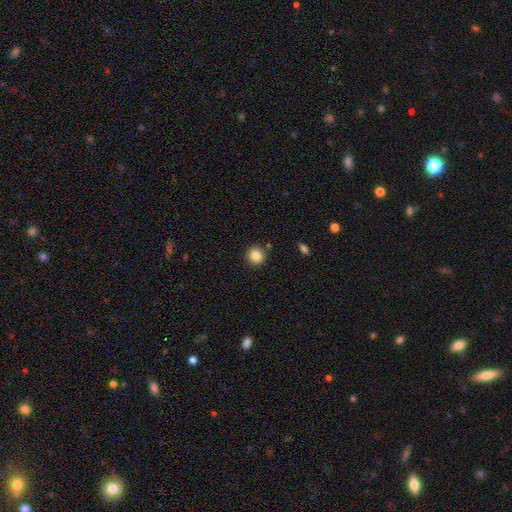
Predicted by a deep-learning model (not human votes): Overall: smooth (86%). How rounded: round (91%). Merging: none (88%).